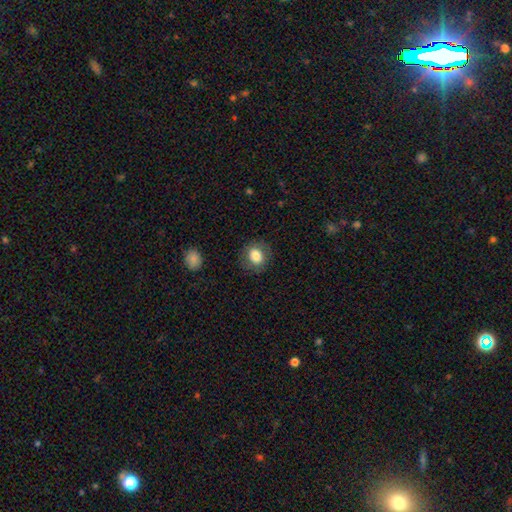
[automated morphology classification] This appears to be a smooth galaxy with no disk features (82%) that is round (65%). Merging: none (83%).